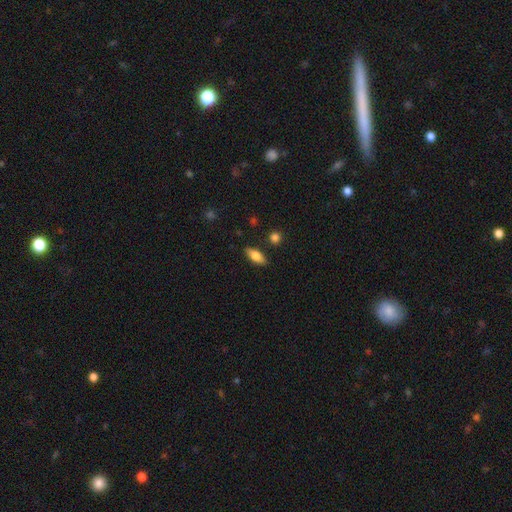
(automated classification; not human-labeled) Smooth or featured? smooth (75%)
How rounded? in between (76%)
Merging? none (84%)